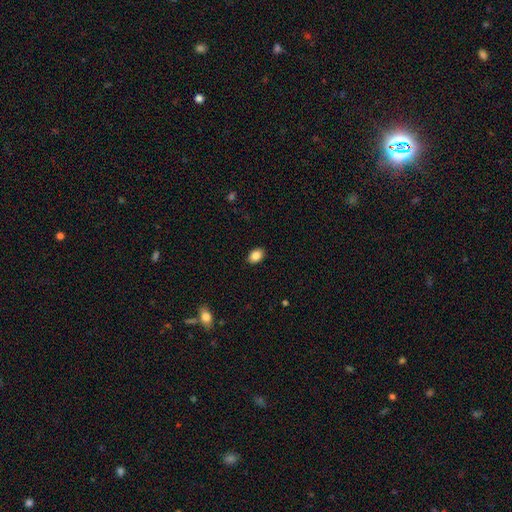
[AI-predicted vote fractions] Smooth or featured: smooth — 86% (star or artifact — 8%)
How rounded: in between — 83% (round — 16%)
Merging: none — 89% (minor disturbance — 8%)